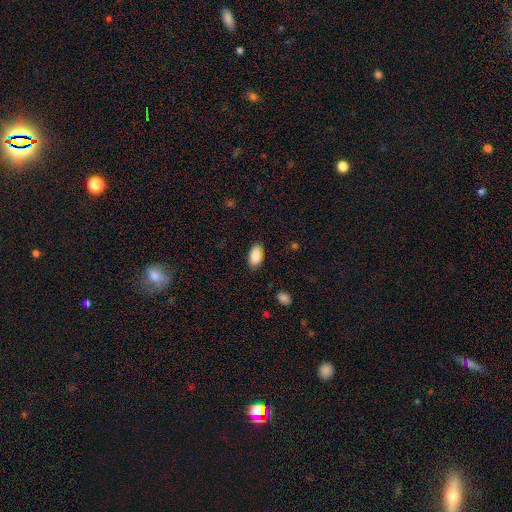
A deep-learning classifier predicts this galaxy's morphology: Smooth or featured: smooth — 89% (star or artifact — 7%)
How rounded: in between — 93% (round — 4%)
Merging: none — 83% (minor disturbance — 13%)